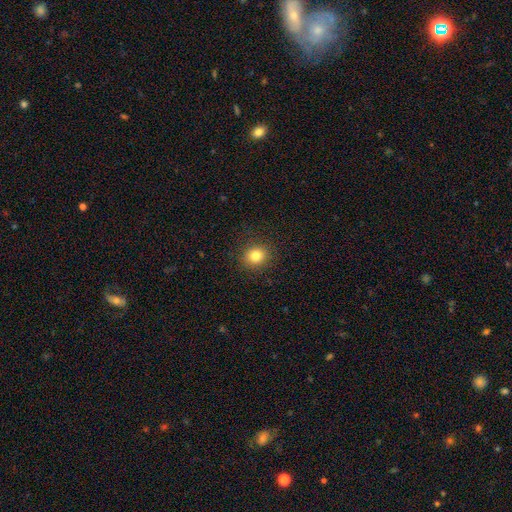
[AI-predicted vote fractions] A smooth galaxy with no disk features (82%) that is round (79%). Merging: none (89%).